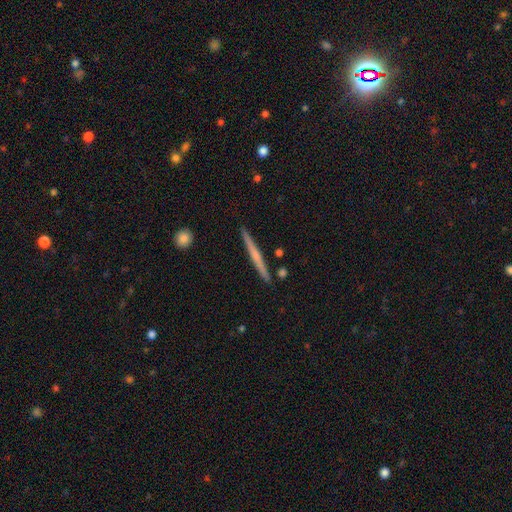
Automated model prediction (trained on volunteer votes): smooth-or-featured: featured or disk: 53% | smooth: 42% | star or artifact: 5%
  disk-edge-on: yes: 98% | no: 2%
    edge-on-bulge: none: 65% | rounded: 28% | boxy: 7%
  merging: none: 91% | minor disturbance: 6% | merger: 2% | major disturbance: 1%